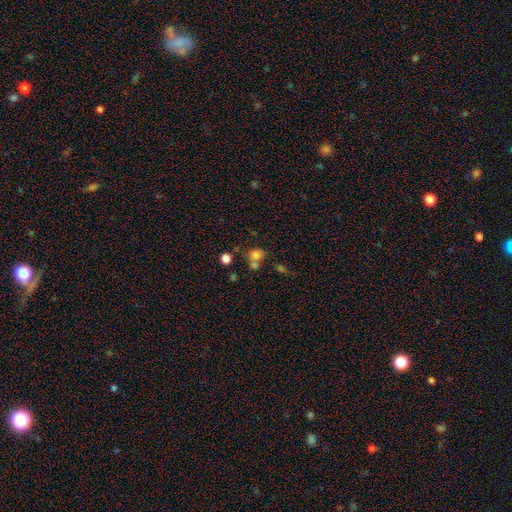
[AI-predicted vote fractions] Smooth or featured: smooth — 74% (star or artifact — 15%)
How rounded: round — 56% (in between — 43%)
Merging: none — 47% (merger — 35%)